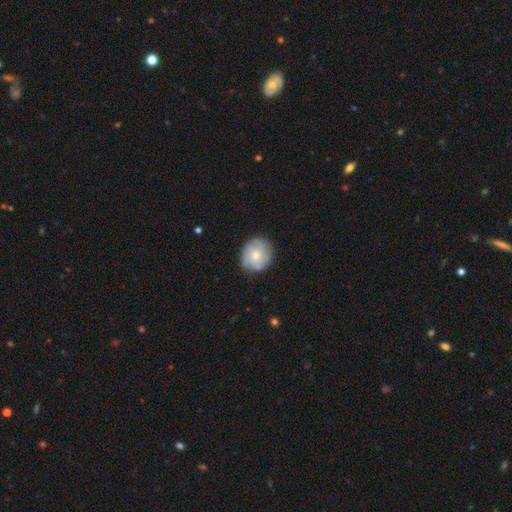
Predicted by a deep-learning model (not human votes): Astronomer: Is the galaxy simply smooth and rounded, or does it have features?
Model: smooth — 59% (runner-up: featured or disk, 35%).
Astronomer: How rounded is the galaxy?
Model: round — 80%.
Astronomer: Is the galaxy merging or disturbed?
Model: none — 75%.